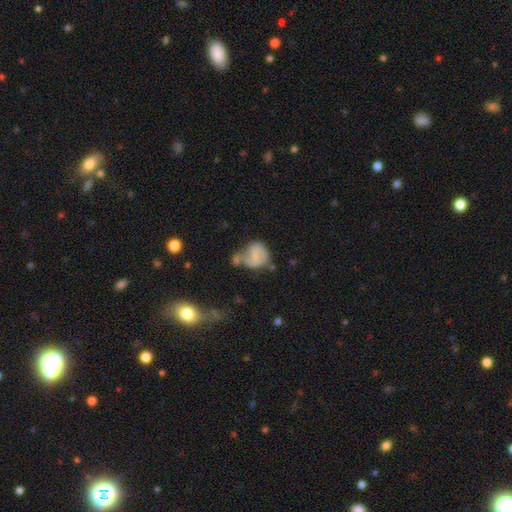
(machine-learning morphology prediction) This is possibly a smooth galaxy (46%). Merging: marginally none (30%).